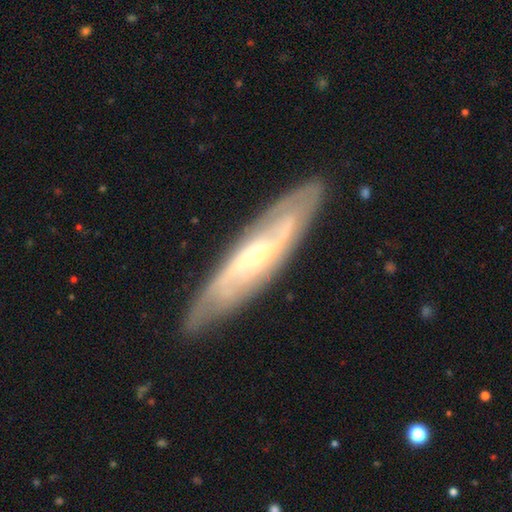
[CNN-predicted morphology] featured or disk 78%, smooth 17%, star or artifact 6%. Down the decision tree: edge-on disk — no (72%); bar — weak (42%); spiral arms — yes (90%); spiral arm count — 2 (61%); spiral winding — medium (41%); bulge size — small (62%); merging — none (83%).